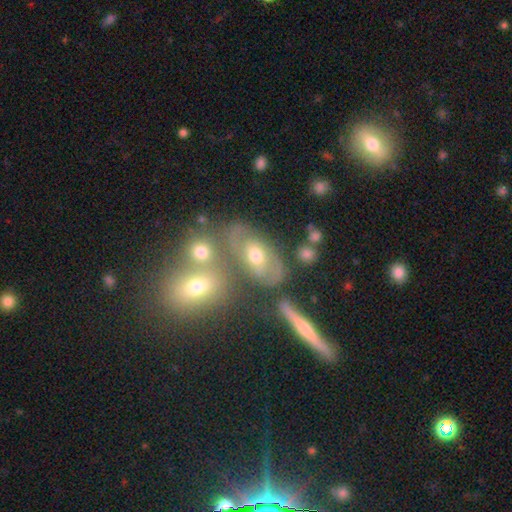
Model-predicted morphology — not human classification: This is marginally a featured or disk galaxy (44%). Merging: possibly none (46%).